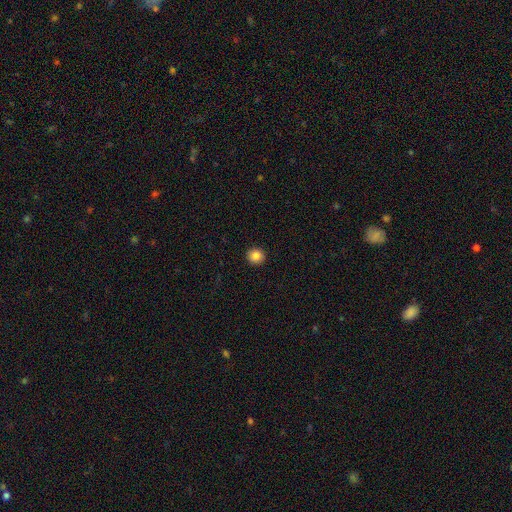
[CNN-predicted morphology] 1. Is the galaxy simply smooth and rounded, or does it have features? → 85% smooth, 10% star or artifact, 5% featured or disk.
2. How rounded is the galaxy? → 93% round, 6% in between, 1% cigar-shaped.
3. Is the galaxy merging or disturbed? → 93% none, 5% minor disturbance, 1% major disturbance, 1% merger.